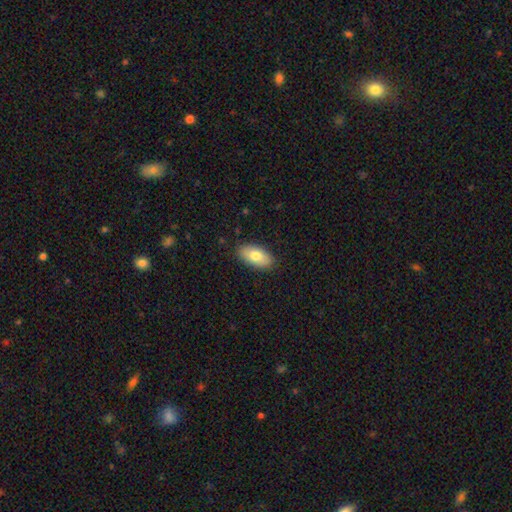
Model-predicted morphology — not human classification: smooth 78%, featured or disk 15%, star or artifact 6%. Down the decision tree: how rounded — in between (93%); merging — none (87%).